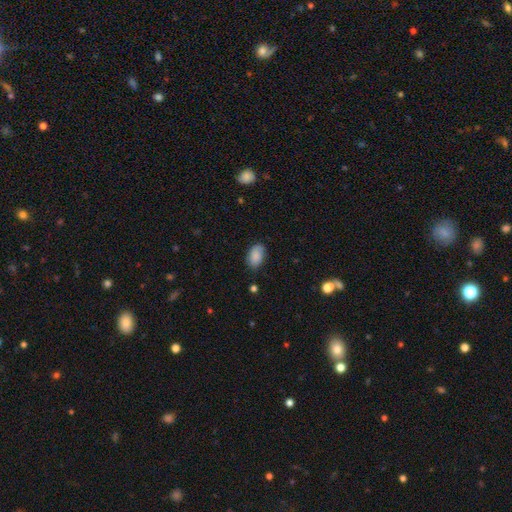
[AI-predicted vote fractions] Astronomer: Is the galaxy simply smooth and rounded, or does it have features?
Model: smooth — 82%.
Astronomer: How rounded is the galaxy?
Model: in between — 90%.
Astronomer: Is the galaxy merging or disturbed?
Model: none — 72%.